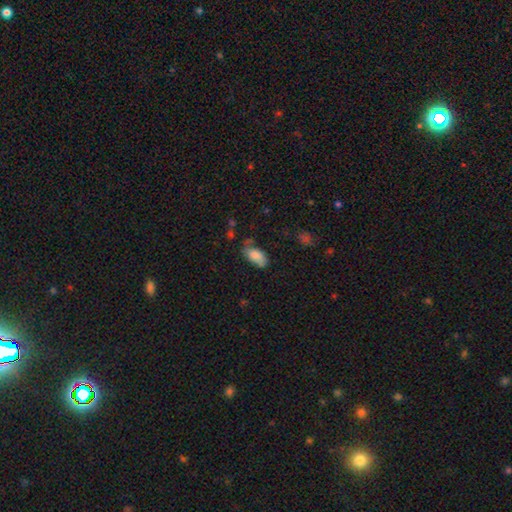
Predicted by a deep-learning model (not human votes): Q: Smooth or featured?
A: smooth (79%); runner-up: featured or disk (13%)
Q: How rounded?
A: in between (92%); runner-up: cigar-shaped (5%)
Q: Merging?
A: none (54%); runner-up: minor disturbance (31%)